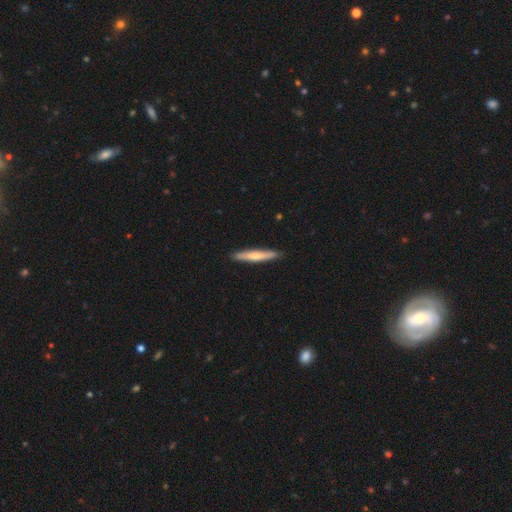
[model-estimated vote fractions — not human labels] Overall: smooth (58%; featured or disk 37%). How rounded: cigar-shaped (93%). Merging: none (91%).